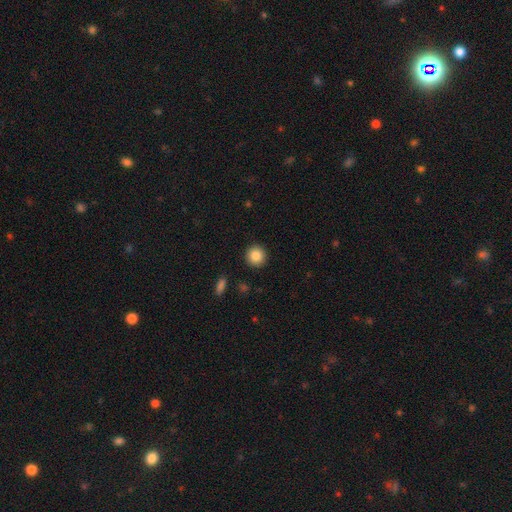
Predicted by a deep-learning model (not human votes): The model was most divided on "smooth or featured": smooth: 85%, star or artifact: 9%, featured or disk: 6%. More confident: how rounded — round (93%); merging — none (92%).